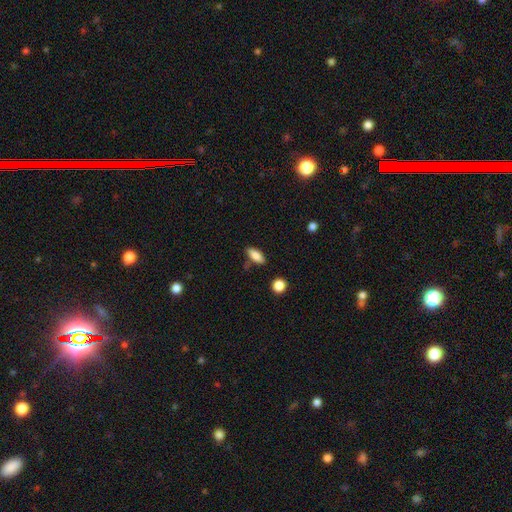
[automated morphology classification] type=smooth (82%); roundness=in between (77%); merging=none (77%).